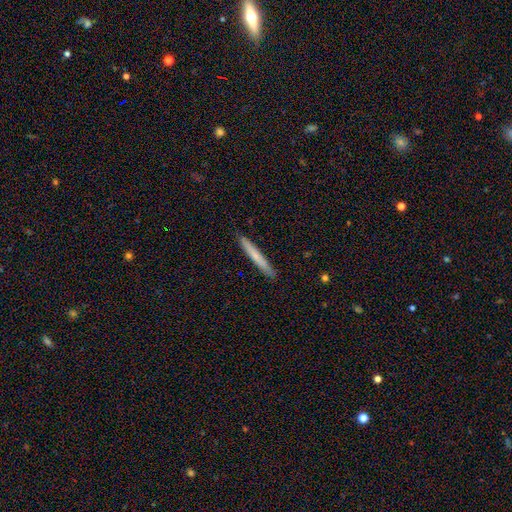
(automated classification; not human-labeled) This is likely a smooth galaxy (67%). How rounded: clearly cigar-shaped (97%). Merging: clearly none (90%).